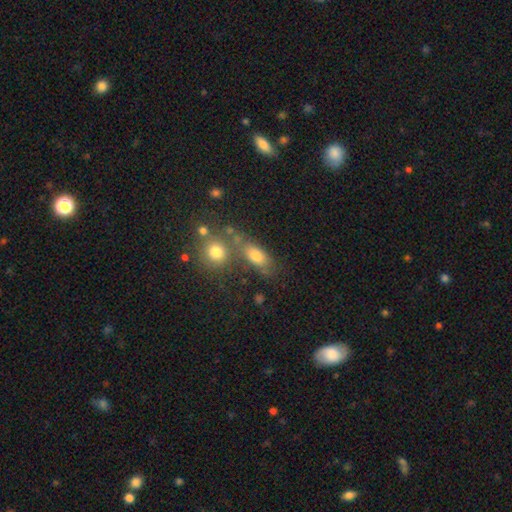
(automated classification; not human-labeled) This appears to be a smooth galaxy with no disk features (73%) that is in between round and cigar-shaped (74%). Merging: none (55%).